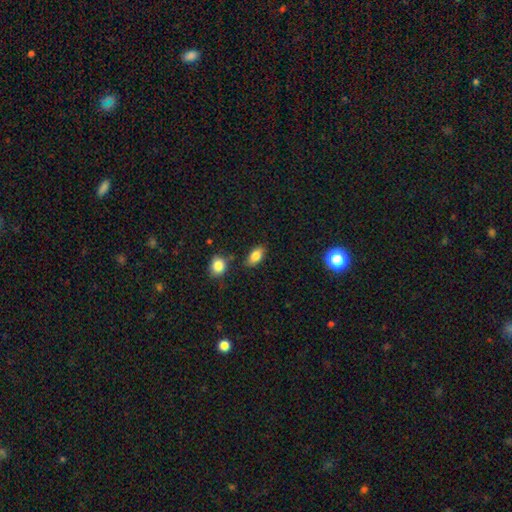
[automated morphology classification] Q: Smooth or featured?
A: smooth (83%); runner-up: featured or disk (9%)
Q: How rounded?
A: in between (90%); runner-up: round (6%)
Q: Merging?
A: none (79%); runner-up: minor disturbance (12%)